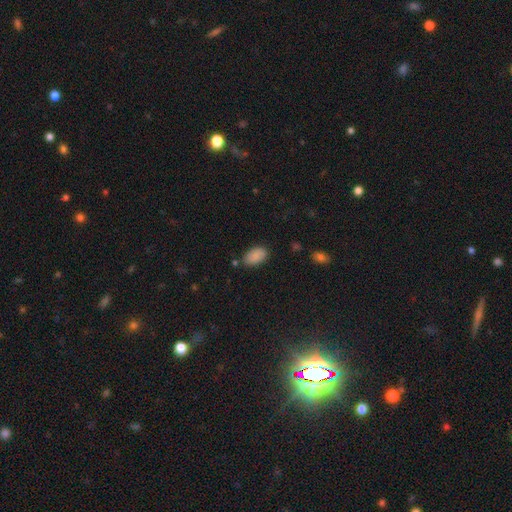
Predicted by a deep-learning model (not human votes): Smooth or featured? Predicted: smooth (p=0.86). How rounded? Predicted: in between (p=0.94). Merging? Predicted: none (p=0.77).